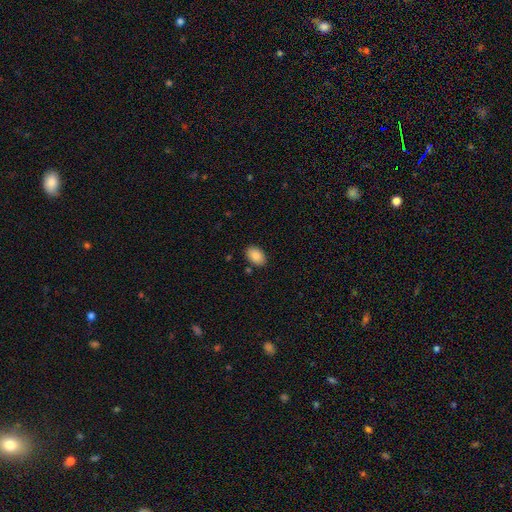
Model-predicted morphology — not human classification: The model was most divided on "how rounded": in between: 87%, round: 12%, cigar-shaped: 1%. More confident: smooth or featured — smooth (87%); merging — none (86%).